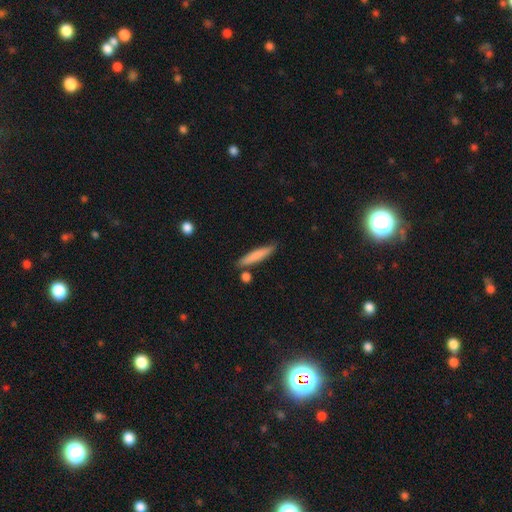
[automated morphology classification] Smooth or featured? Predicted: smooth (p=0.78). How rounded? Predicted: cigar-shaped (p=0.89). Merging? Predicted: none (p=0.80).